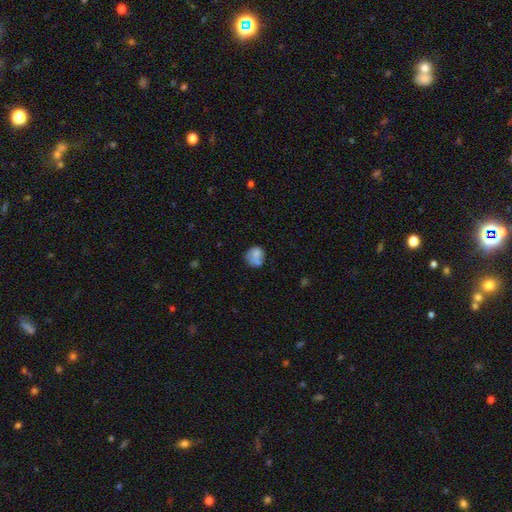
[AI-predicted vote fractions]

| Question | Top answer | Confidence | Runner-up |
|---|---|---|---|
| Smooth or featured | smooth | 66% | featured or disk (24%) |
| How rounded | round | 71% | in between (28%) |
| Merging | none | 49% | minor disturbance (27%) |